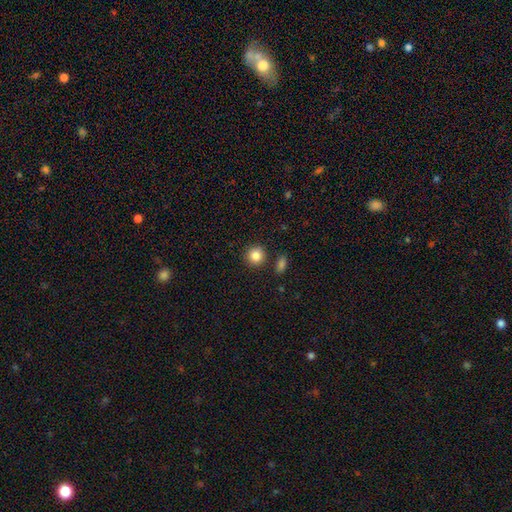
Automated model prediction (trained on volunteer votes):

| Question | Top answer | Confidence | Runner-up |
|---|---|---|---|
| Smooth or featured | smooth | 86% | star or artifact (9%) |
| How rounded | round | 91% | in between (8%) |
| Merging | none | 85% | minor disturbance (7%) |